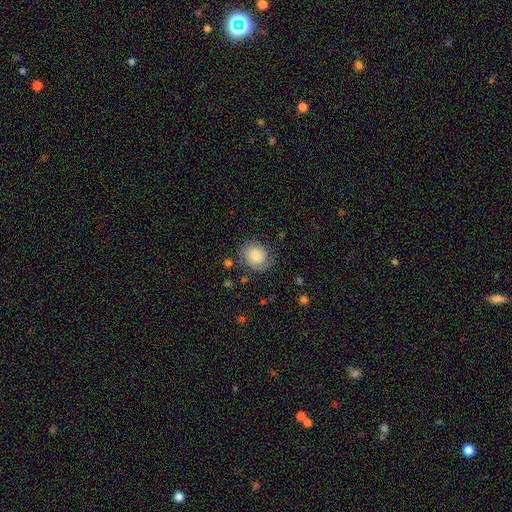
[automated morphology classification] Smooth or featured: smooth — 60% (featured or disk — 31%)
How rounded: round — 68% (in between — 31%)
Merging: none — 75% (minor disturbance — 17%)